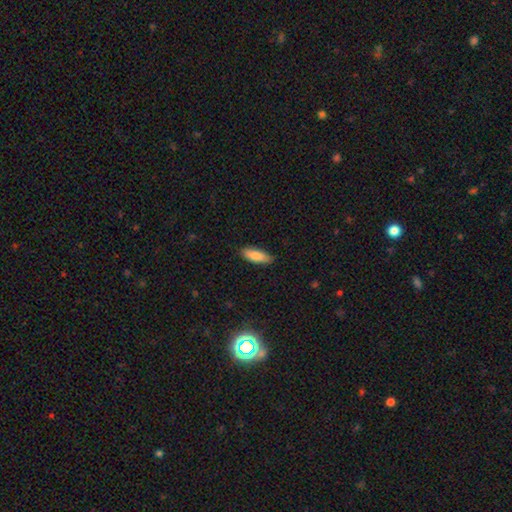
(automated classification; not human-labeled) smooth-or-featured: smooth: 84% | featured or disk: 9% | star or artifact: 6%
  how-rounded: in between: 68% | cigar-shaped: 30% | round: 2%
  merging: none: 82% | minor disturbance: 15% | major disturbance: 2% | merger: 1%